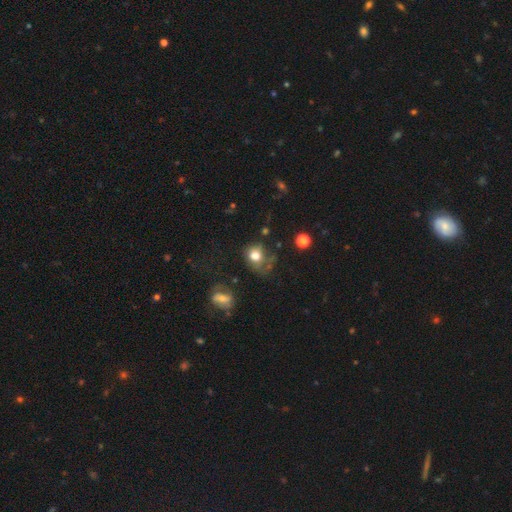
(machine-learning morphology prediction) smooth_or_featured: smooth (p=0.73) [alt: featured or disk p=0.15]
how_rounded: round (p=0.65) [alt: in between p=0.34]
merging: none (p=0.42) [alt: minor disturbance p=0.26]